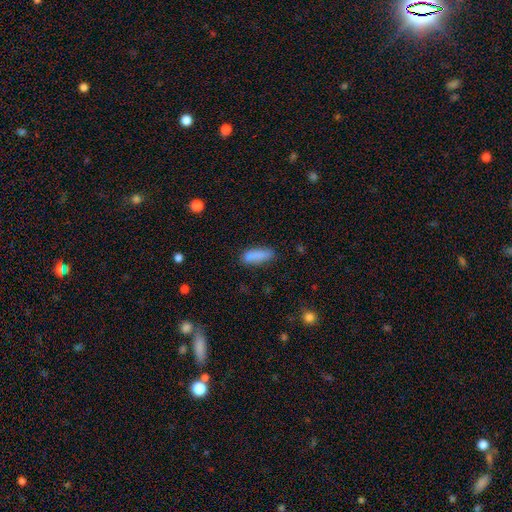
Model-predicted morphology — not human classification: This is clearly a smooth galaxy (84%). How rounded: possibly in between (60%). Merging: likely none (68%).